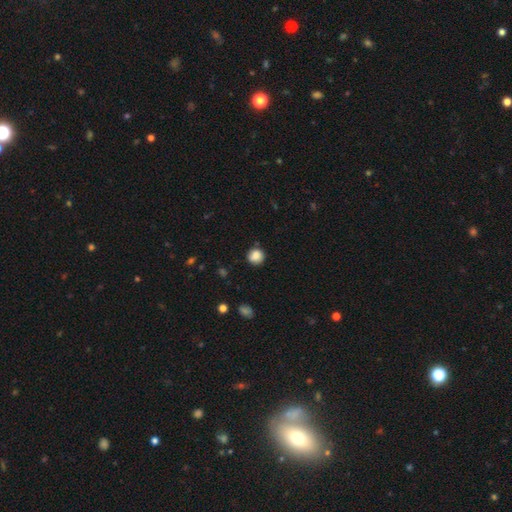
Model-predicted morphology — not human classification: smooth-or-featured: smooth: 85% | star or artifact: 10% | featured or disk: 5%
  how-rounded: round: 89% | in between: 10% | cigar-shaped: 1%
  merging: none: 80% | minor disturbance: 14% | major disturbance: 3% | merger: 2%